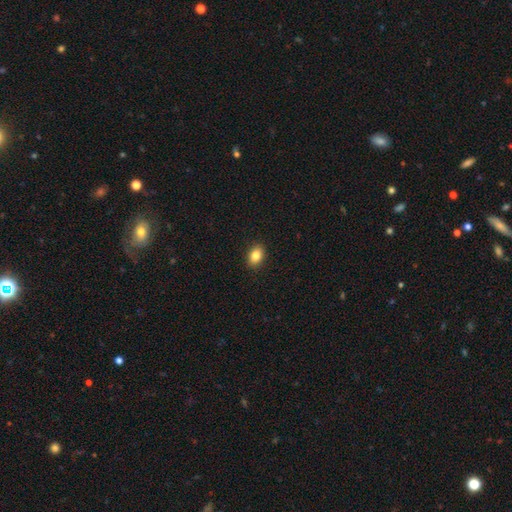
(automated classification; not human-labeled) A smooth galaxy with no disk features (84%) that is in between round and cigar-shaped (80%). Merging: none (90%).